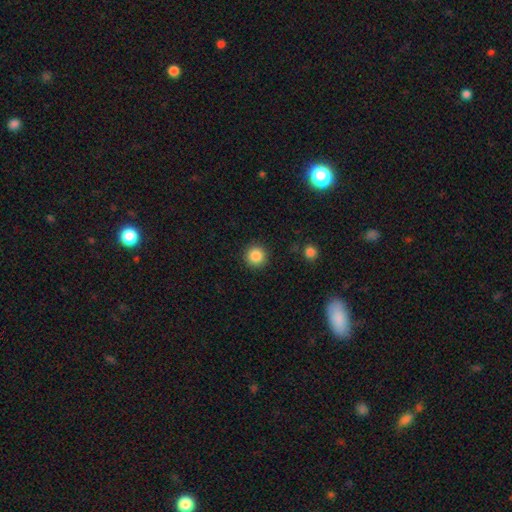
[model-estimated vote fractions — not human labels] Q: Smooth or featured?
A: smooth (86%); runner-up: star or artifact (10%)
Q: How rounded?
A: round (95%); runner-up: in between (4%)
Q: Merging?
A: none (91%); runner-up: minor disturbance (5%)